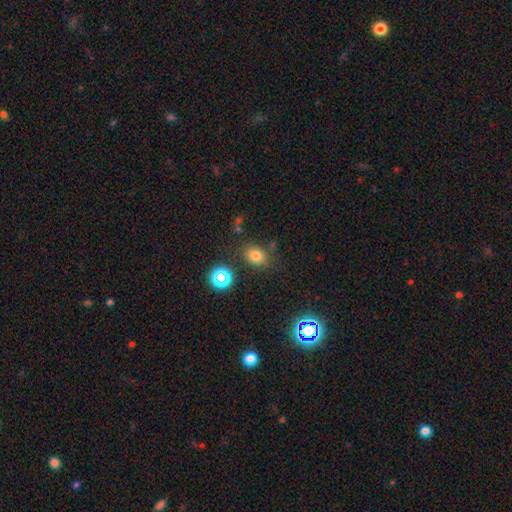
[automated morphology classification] A smooth galaxy with no disk features (74%) that is in between round and cigar-shaped (58%).

Vote fractions:
- Smooth or featured? smooth: 74% / star or artifact: 18% / featured or disk: 8%
- How rounded? in between: 58% / round: 41% / cigar-shaped: 1%
- Merging? none: 77% / minor disturbance: 14% / merger: 5% / major disturbance: 5%